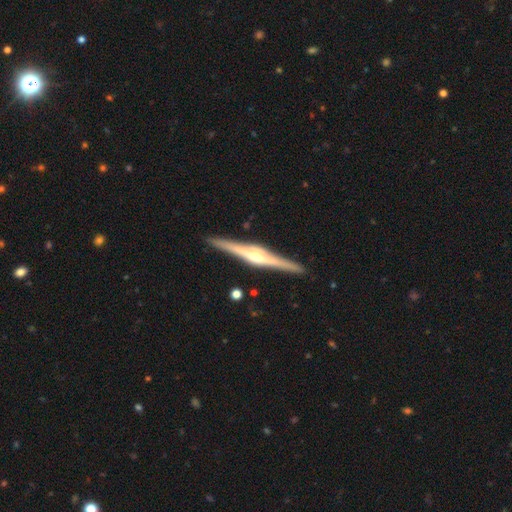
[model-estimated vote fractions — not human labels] smooth-or-featured: featured or disk: 84% | smooth: 12% | star or artifact: 5%
  disk-edge-on: yes: 98% | no: 2%
    edge-on-bulge: rounded: 85% | boxy: 11% | none: 4%
  merging: none: 90% | minor disturbance: 7% | major disturbance: 1% | merger: 1%